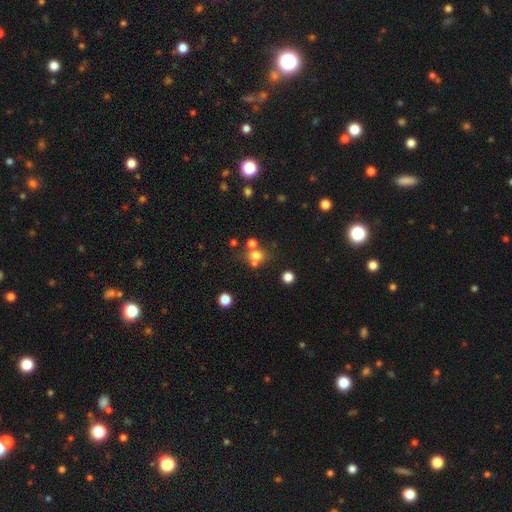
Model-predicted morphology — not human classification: This is likely a smooth galaxy (69%). How rounded: likely round (78%). Merging: possibly none (53%).